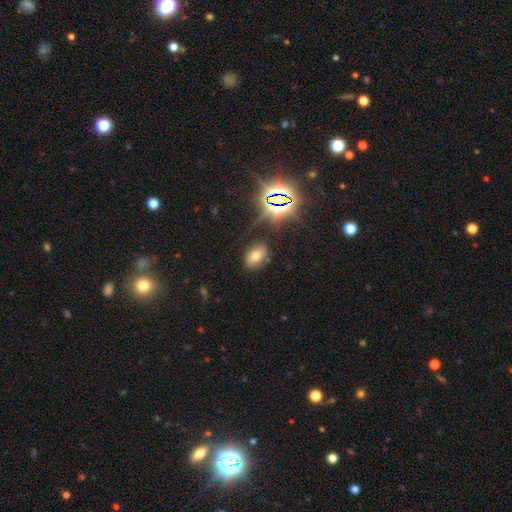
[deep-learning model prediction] Overall: smooth (61%; star or artifact 26%). How rounded: in between (79%). Merging: none (78%).